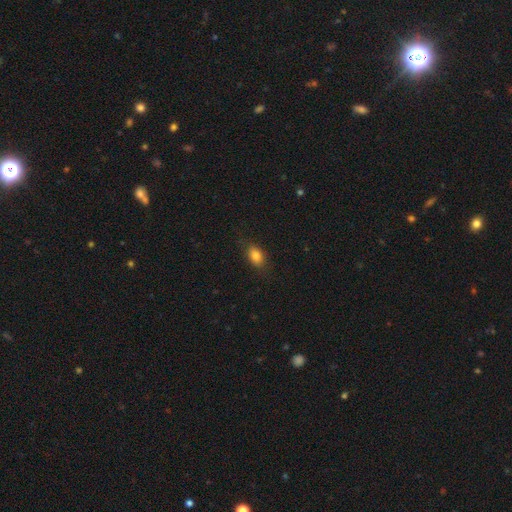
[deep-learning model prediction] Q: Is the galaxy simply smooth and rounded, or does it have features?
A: smooth — 82%.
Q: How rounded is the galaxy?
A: in between — 82%.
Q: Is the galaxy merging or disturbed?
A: none — 80%.